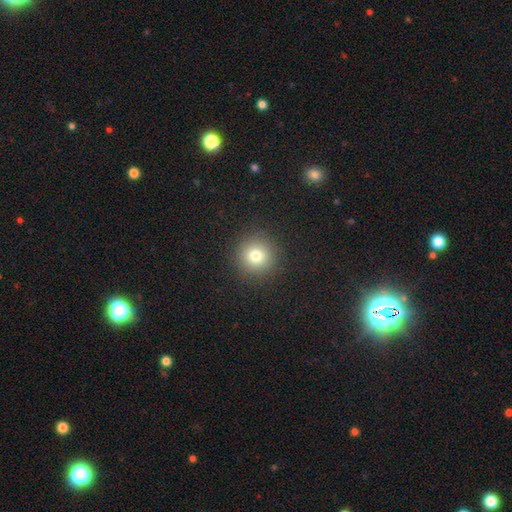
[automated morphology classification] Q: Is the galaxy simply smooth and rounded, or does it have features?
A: smooth — 77%.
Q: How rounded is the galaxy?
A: round — 95%.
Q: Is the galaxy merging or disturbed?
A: none — 91%.